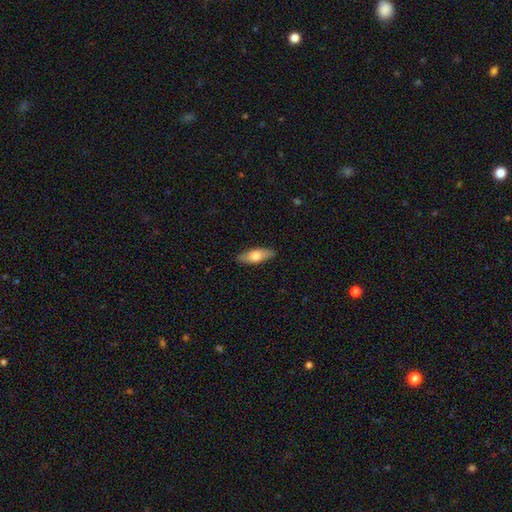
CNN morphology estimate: Overall: smooth (71%). How rounded: in between (69%). Merging: none (87%).